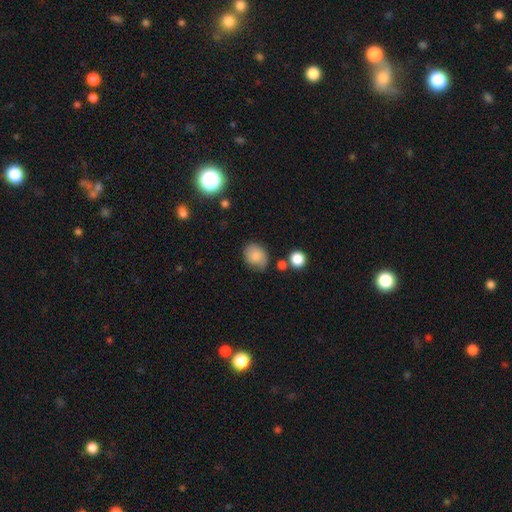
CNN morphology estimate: Smooth or featured? smooth (82%)
How rounded? round (50%)
Merging? none (62%)